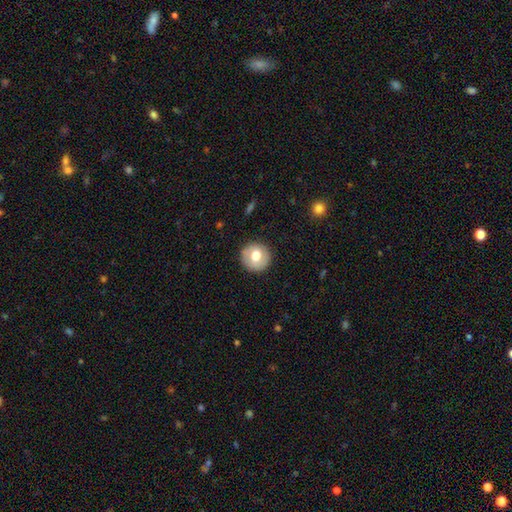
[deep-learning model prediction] A smooth galaxy with no disk features (69%) that is round (94%). Merging: none (90%).